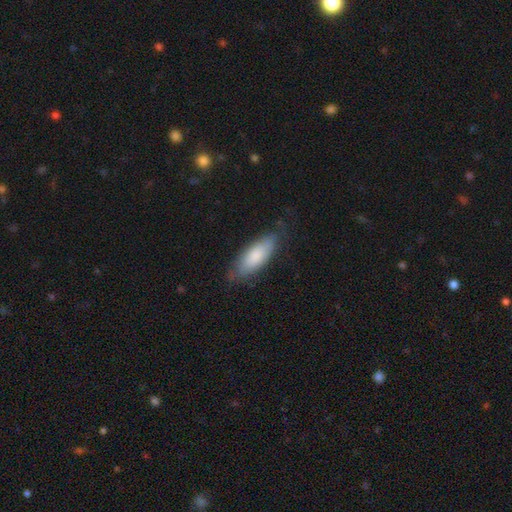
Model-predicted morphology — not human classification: Smooth or featured: smooth — 76% (featured or disk — 19%)
How rounded: in between — 73% (cigar-shaped — 25%)
Merging: none — 72% (minor disturbance — 21%)